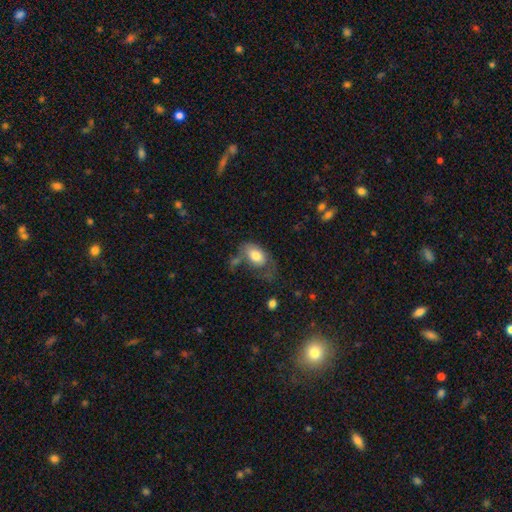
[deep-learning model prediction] A smooth galaxy with no disk features (72%) that is in between round and cigar-shaped (89%).

Vote fractions:
- Smooth or featured? smooth: 72% / featured or disk: 21% / star or artifact: 7%
- How rounded? in between: 89% / round: 9% / cigar-shaped: 2%
- Merging? major disturbance: 33% / none: 32% / minor disturbance: 24% / merger: 11%